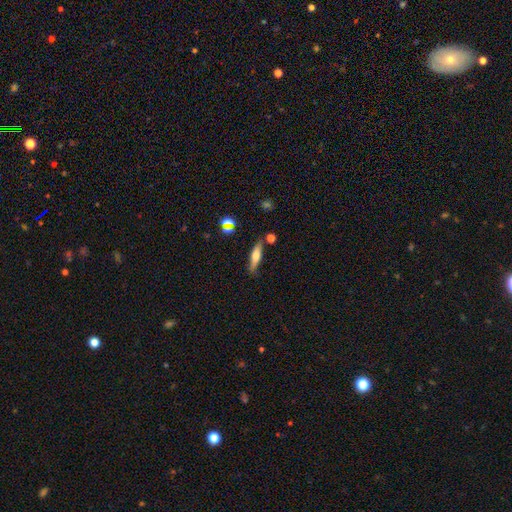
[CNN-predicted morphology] smooth-or-featured: smooth: 55% | featured or disk: 36% | star or artifact: 9%
  how-rounded: cigar-shaped: 69% | in between: 28% | round: 3%
  merging: none: 78% | minor disturbance: 13% | merger: 6% | major disturbance: 3%